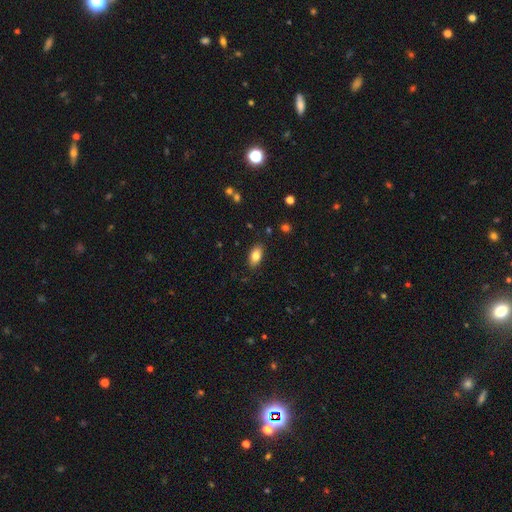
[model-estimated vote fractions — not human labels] smooth-or-featured: smooth: 81% | featured or disk: 11% | star or artifact: 8%
  how-rounded: in between: 91% | cigar-shaped: 5% | round: 4%
  merging: none: 86% | minor disturbance: 11% | major disturbance: 2% | merger: 1%